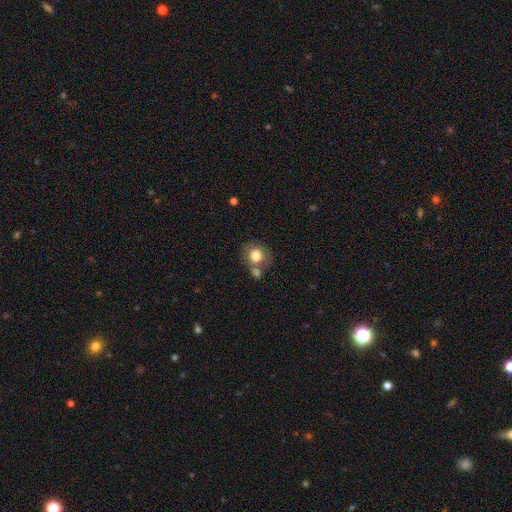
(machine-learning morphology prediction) Smooth or featured? Predicted: smooth (p=0.78). How rounded? Predicted: round (p=0.76). Merging? Predicted: none (p=0.56).